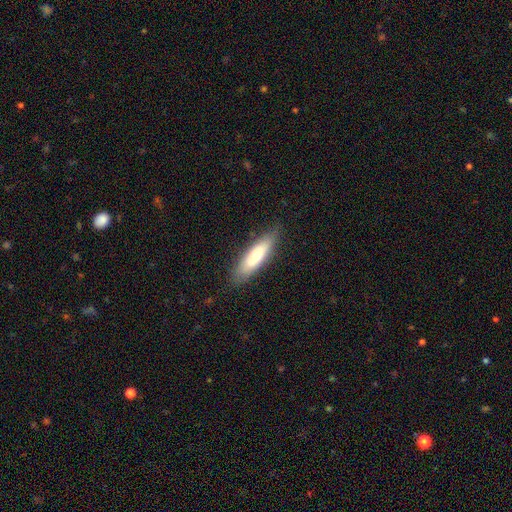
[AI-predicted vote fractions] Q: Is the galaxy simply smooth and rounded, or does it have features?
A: smooth — 66%.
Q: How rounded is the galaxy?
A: cigar-shaped — 57%.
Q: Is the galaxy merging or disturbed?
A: none — 82%.